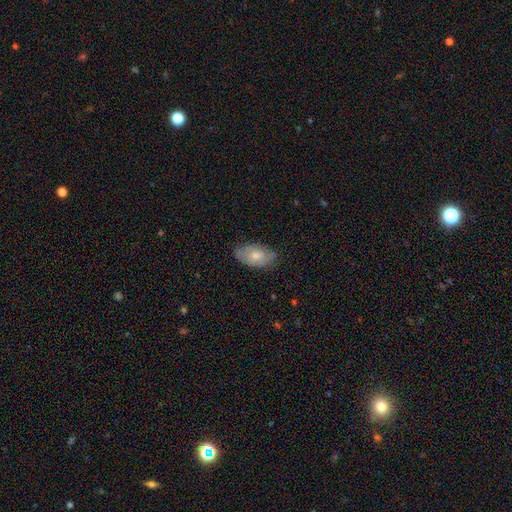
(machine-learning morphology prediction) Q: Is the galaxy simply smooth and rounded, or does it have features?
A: smooth — 64%.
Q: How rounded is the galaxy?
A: in between — 94%.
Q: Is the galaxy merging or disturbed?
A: none — 76%.